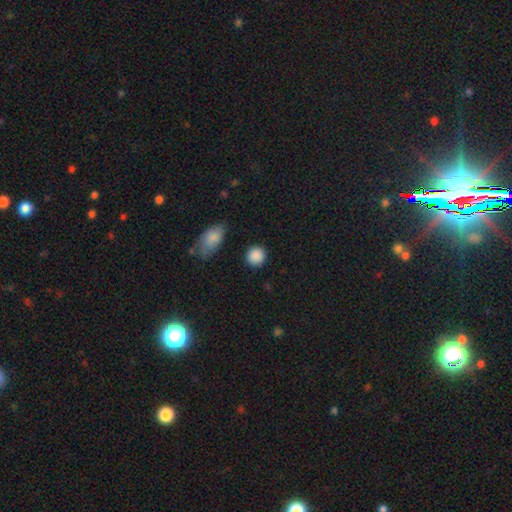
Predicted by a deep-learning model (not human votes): Smooth or featured? Predicted: smooth (p=0.89). How rounded? Predicted: round (p=0.88). Merging? Predicted: none (p=0.87).